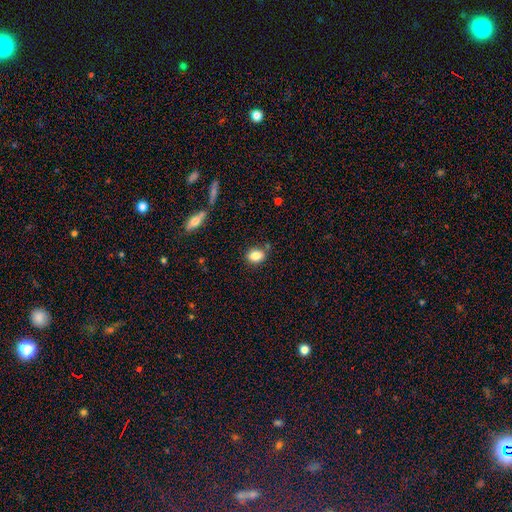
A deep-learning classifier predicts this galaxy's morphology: Smooth or featured: smooth — 85% (star or artifact — 9%)
How rounded: in between — 66% (round — 32%)
Merging: none — 76% (minor disturbance — 14%)